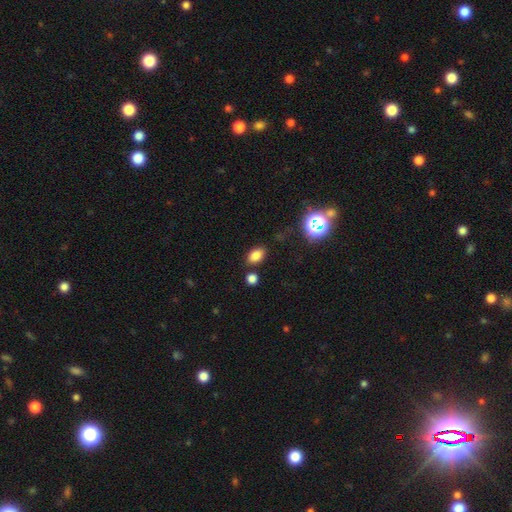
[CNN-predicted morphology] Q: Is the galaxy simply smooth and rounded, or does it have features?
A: smooth — 80%.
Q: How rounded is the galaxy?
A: in between — 86%.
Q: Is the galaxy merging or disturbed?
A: none — 80%.